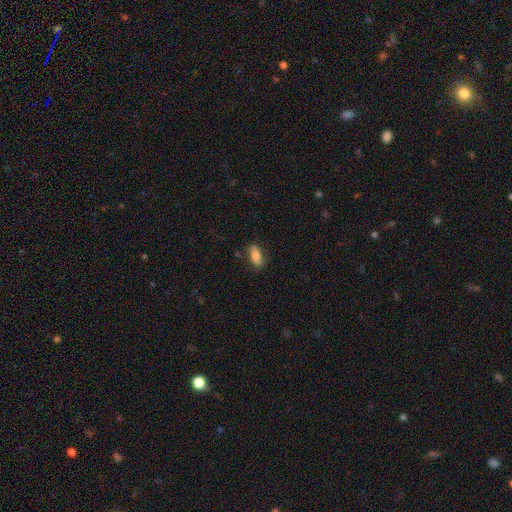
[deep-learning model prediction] Smooth or featured? smooth (78%)
How rounded? in between (76%)
Merging? none (79%)